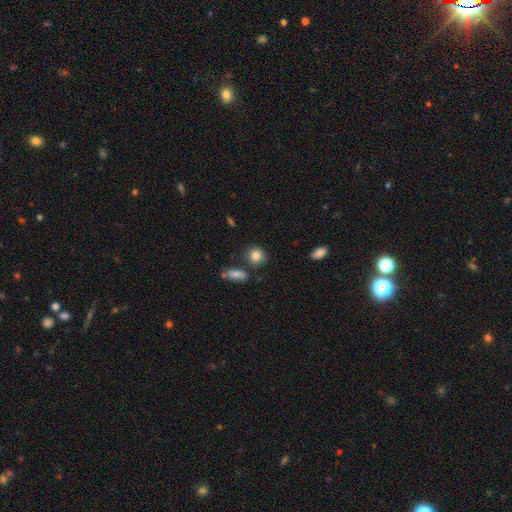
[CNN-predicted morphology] Smooth or featured: smooth — 84% (star or artifact — 9%)
How rounded: round — 77% (in between — 22%)
Merging: none — 79% (minor disturbance — 12%)